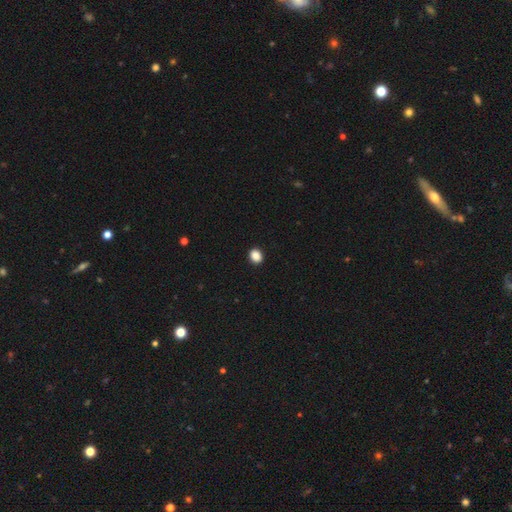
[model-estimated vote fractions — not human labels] Overall: smooth (88%). How rounded: round (58%; in between 41%). Merging: none (92%).